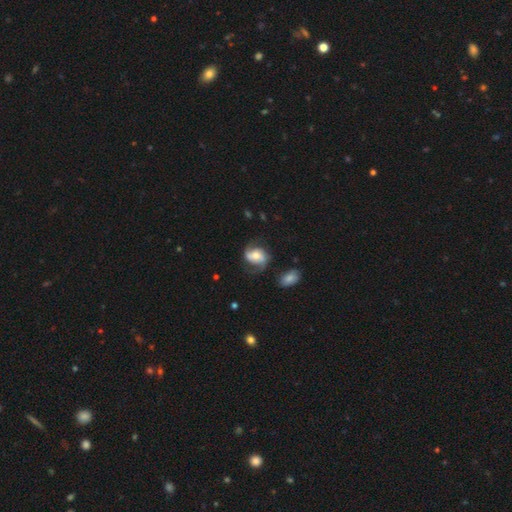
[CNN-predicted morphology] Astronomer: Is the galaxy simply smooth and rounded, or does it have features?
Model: featured or disk — 72%.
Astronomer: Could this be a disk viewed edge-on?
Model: no — 97%.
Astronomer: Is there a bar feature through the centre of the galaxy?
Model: no — 50% (runner-up: weak, 33%).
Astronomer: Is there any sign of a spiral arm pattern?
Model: yes — 92%.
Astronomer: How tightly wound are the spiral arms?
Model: medium — 42% (runner-up: loose, 40%).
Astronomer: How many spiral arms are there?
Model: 2 — 86%.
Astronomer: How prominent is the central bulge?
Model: moderate — 59%.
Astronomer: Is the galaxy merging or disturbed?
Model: none — 65%.